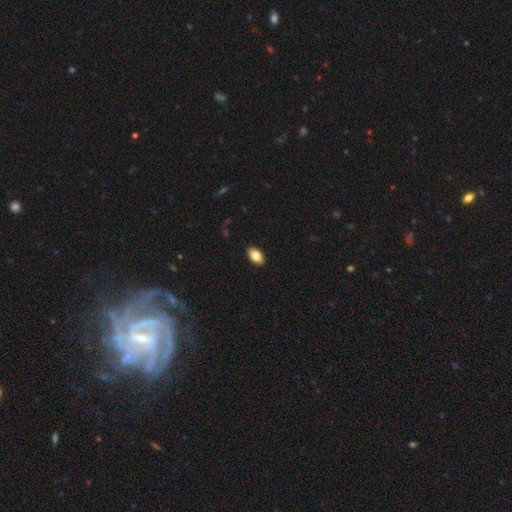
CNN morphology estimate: This appears to be a smooth galaxy with no disk features (85%) that is in between round and cigar-shaped (93%). Merging: none (90%).